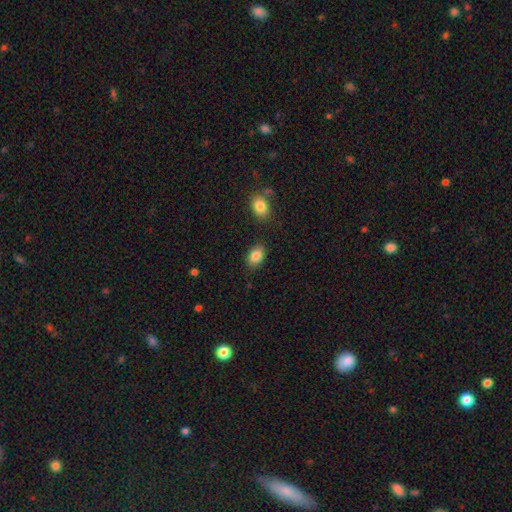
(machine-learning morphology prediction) The model was most divided on "merging": none: 83%, minor disturbance: 11%, merger: 3%, major disturbance: 3%. More confident: how rounded — in between (86%); smooth or featured — smooth (85%).